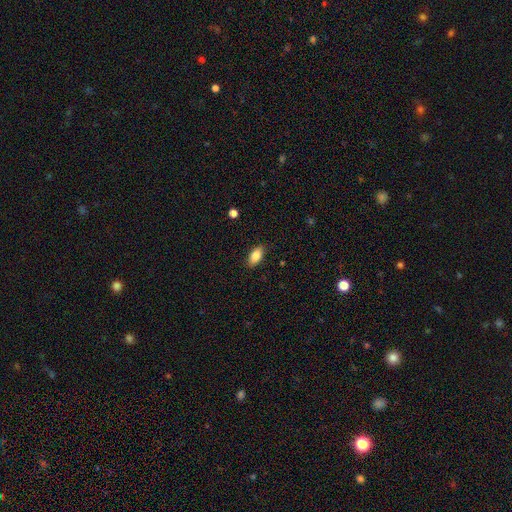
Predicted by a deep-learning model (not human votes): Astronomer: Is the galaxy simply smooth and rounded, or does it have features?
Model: smooth — 83%.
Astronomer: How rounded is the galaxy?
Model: in between — 90%.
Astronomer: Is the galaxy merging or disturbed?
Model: none — 87%.